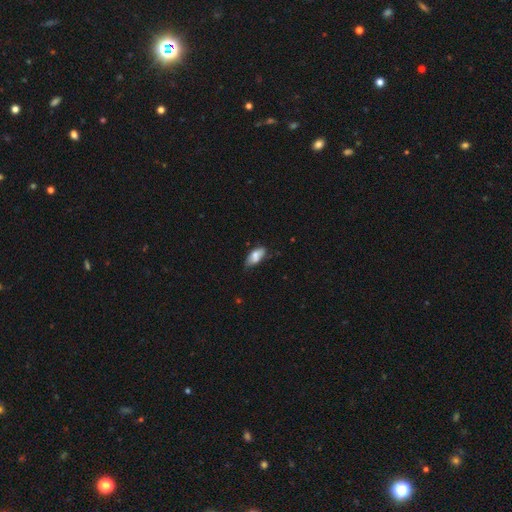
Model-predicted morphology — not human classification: A smooth galaxy with no disk features (74%) that is in between round and cigar-shaped (88%).

Vote fractions:
- Smooth or featured? smooth: 74% / featured or disk: 19% / star or artifact: 8%
- How rounded? in between: 88% / cigar-shaped: 9% / round: 3%
- Merging? none: 59% / minor disturbance: 32% / major disturbance: 7% / merger: 3%